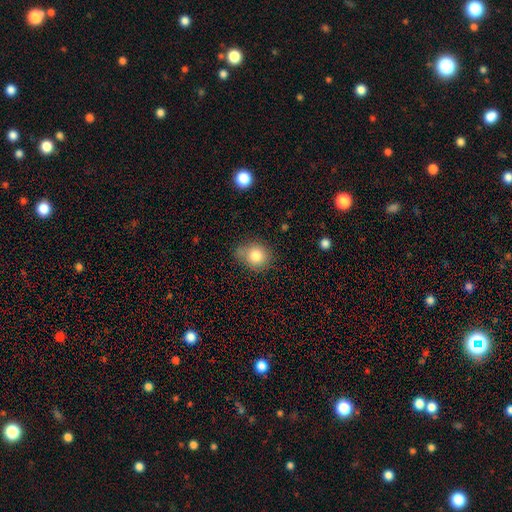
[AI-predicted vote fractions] Smooth or featured? smooth (82%)
How rounded? round (65%)
Merging? none (59%)